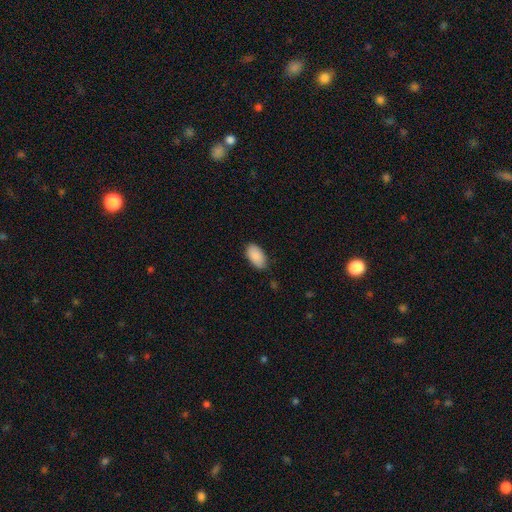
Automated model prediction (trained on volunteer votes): smooth-or-featured: smooth: 89% | star or artifact: 7% | featured or disk: 5%
  how-rounded: in between: 95% | round: 4% | cigar-shaped: 2%
  merging: none: 75% | minor disturbance: 20% | major disturbance: 3% | merger: 1%